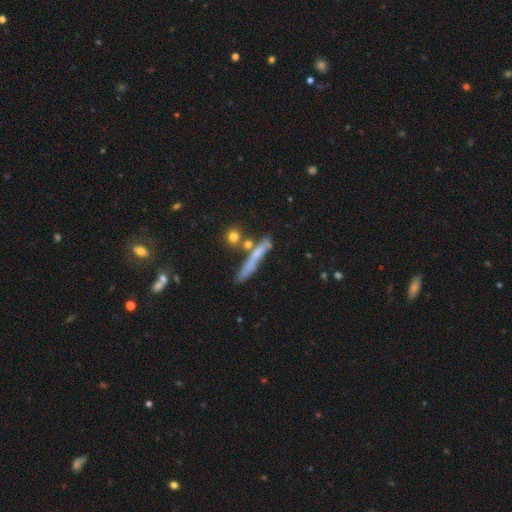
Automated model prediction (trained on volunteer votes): This is possibly a smooth galaxy (50%). Merging: likely none (63%).